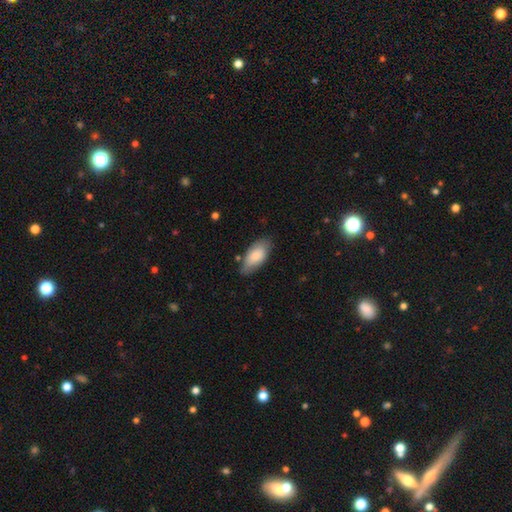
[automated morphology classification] smooth-or-featured: smooth: 79% | featured or disk: 15% | star or artifact: 6%
  how-rounded: in between: 91% | cigar-shaped: 6% | round: 2%
  merging: none: 73% | minor disturbance: 21% | major disturbance: 4% | merger: 2%